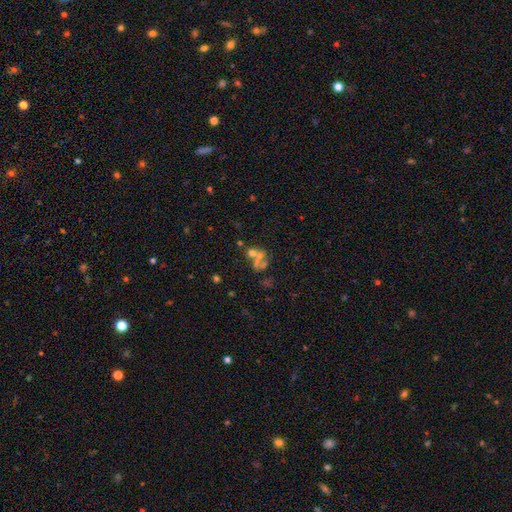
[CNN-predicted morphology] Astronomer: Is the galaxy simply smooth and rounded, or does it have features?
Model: smooth — 41% (runner-up: featured or disk, 33%).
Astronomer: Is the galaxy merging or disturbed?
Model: merger — 49% (runner-up: none, 31%).